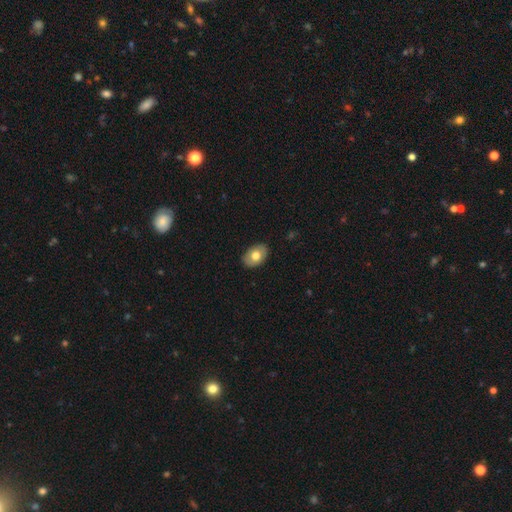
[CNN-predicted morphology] Smooth or featured? Predicted: smooth (p=0.70). How rounded? Predicted: in between (p=0.84). Merging? Predicted: none (p=0.86).